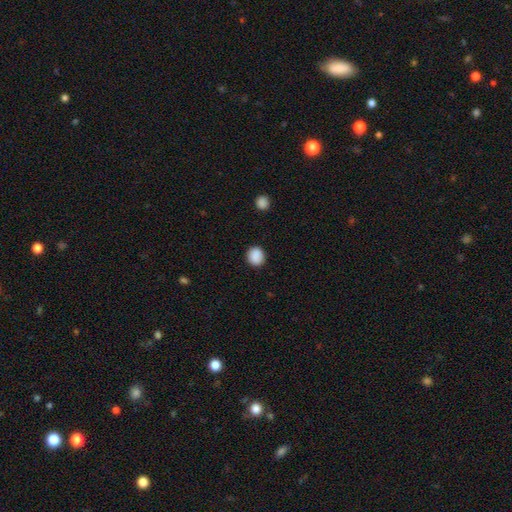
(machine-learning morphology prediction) Smooth or featured? Predicted: smooth (p=0.89). How rounded? Predicted: round (p=0.82). Merging? Predicted: none (p=0.90).